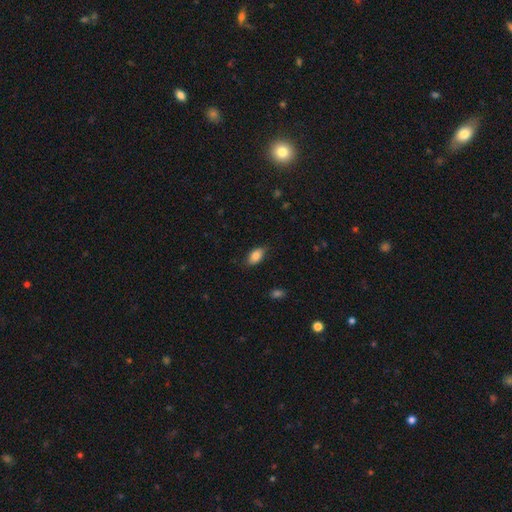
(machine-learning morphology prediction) smooth 84%, featured or disk 8%, star or artifact 7%. Down the decision tree: how rounded — in between (91%); merging — none (79%).